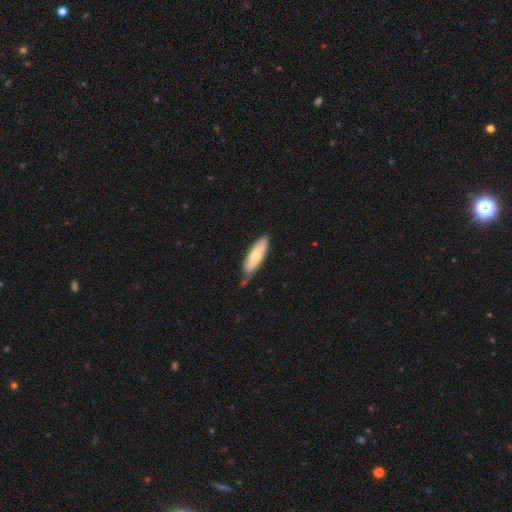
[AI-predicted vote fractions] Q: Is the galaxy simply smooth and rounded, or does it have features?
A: smooth — 67%.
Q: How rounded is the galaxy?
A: in between — 52%.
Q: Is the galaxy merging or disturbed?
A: none — 68%.